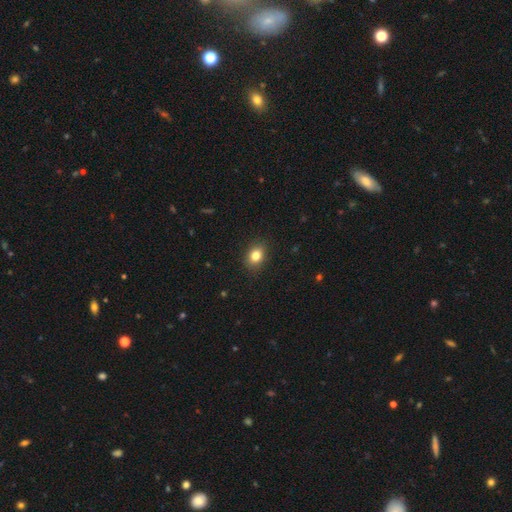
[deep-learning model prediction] The model was most divided on "how rounded": in between: 57%, round: 42%, cigar-shaped: 1%. More confident: merging — none (88%); smooth or featured — smooth (82%).